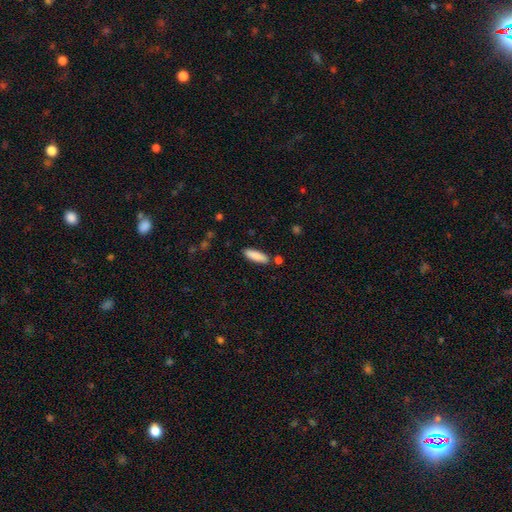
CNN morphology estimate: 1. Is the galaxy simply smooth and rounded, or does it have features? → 87% smooth, 7% featured or disk, 6% star or artifact.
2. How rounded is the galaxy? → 51% cigar-shaped, 48% in between, 2% round.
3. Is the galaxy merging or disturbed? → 83% none, 10% minor disturbance, 5% merger, 2% major disturbance.